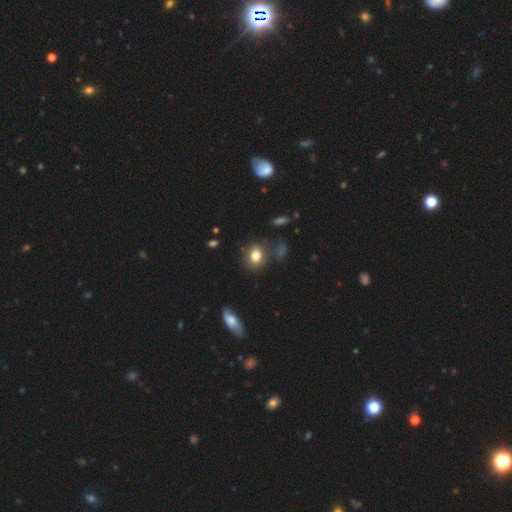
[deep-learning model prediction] This appears to be a smooth galaxy with no disk features (81%) that is in between round and cigar-shaped (50%). Merging: none (76%).